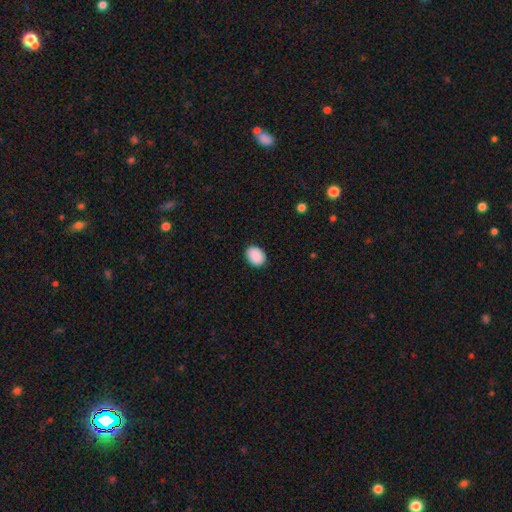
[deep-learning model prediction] This is clearly a smooth galaxy (90%). How rounded: likely in between (67%). Merging: clearly none (90%).